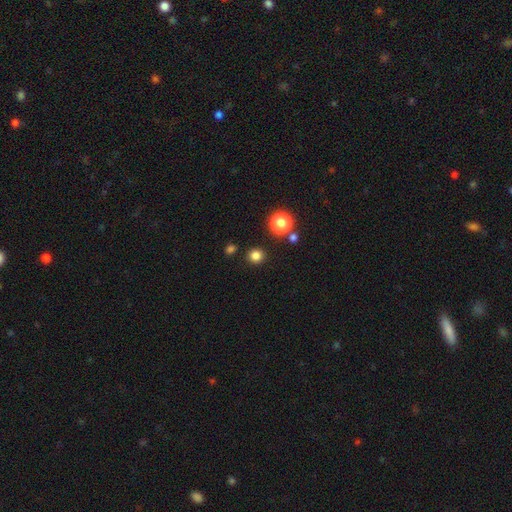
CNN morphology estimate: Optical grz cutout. It shows a smooth galaxy with no disk features (81%) that is round (92%). Merging: none (89%).